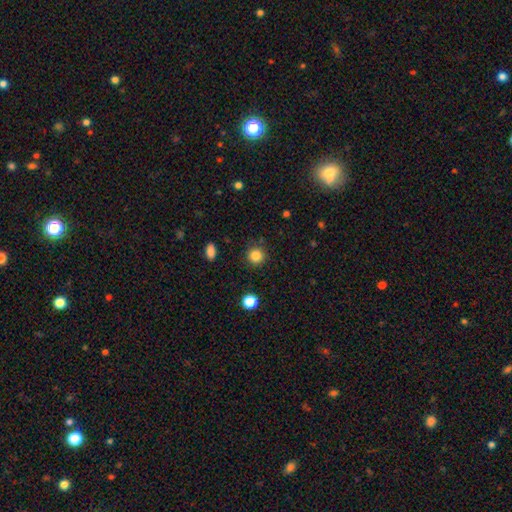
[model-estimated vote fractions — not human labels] This is clearly a smooth galaxy (85%). How rounded: clearly round (93%). Merging: clearly none (88%).